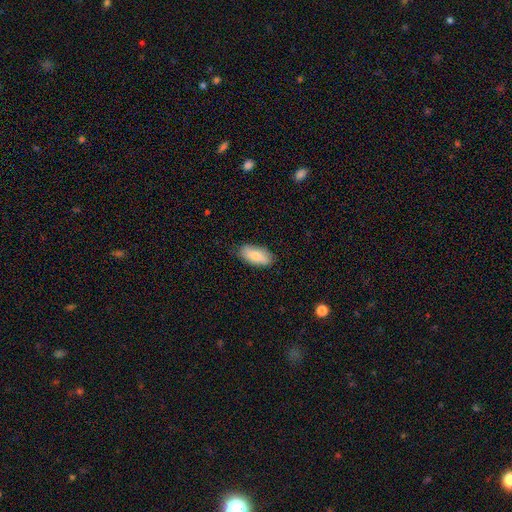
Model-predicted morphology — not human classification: This is likely a smooth galaxy (80%). How rounded: clearly in between (90%). Merging: clearly none (83%).